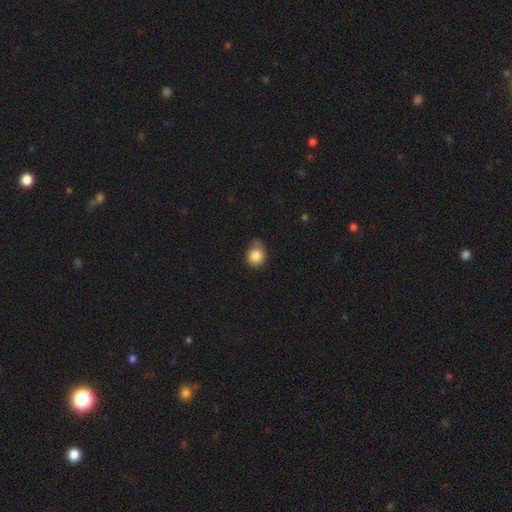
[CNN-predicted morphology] A smooth galaxy with no disk features (85%) that is round (71%).

Vote fractions:
- Smooth or featured? smooth: 85% / star or artifact: 9% / featured or disk: 7%
- How rounded? round: 71% / in between: 28% / cigar-shaped: 1%
- Merging? none: 45% / minor disturbance: 40% / major disturbance: 10% / merger: 4%